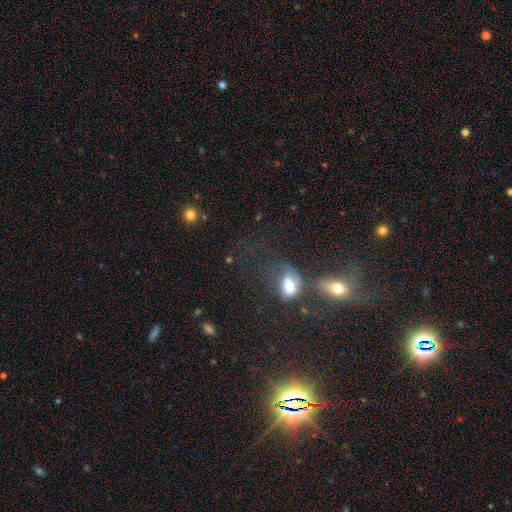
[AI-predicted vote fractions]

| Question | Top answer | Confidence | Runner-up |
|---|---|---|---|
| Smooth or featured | star or artifact | 44% | smooth (42%) |